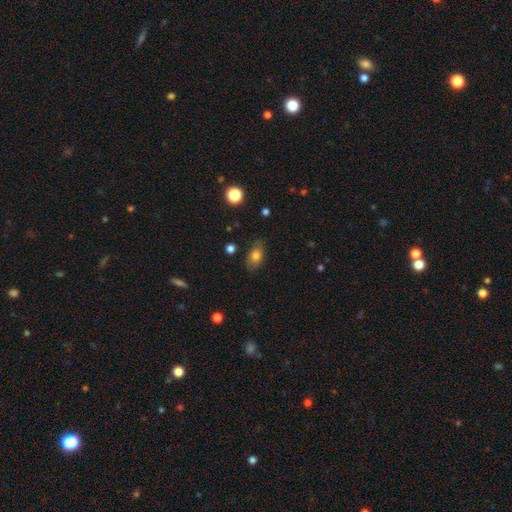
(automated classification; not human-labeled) The model was most divided on "smooth or featured": smooth: 76%, featured or disk: 13%, star or artifact: 11%. More confident: how rounded — in between (83%); merging — none (79%).